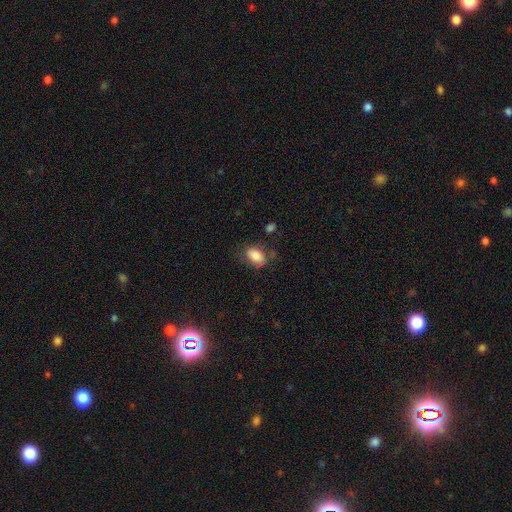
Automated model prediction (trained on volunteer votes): smooth 82%, featured or disk 10%, star or artifact 8%. Down the decision tree: how rounded — in between (84%); merging — none (68%).